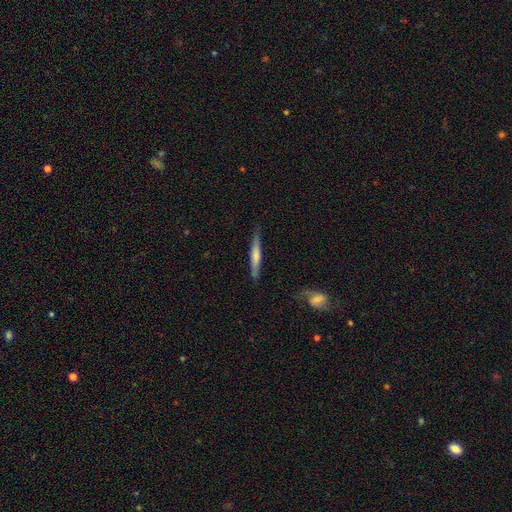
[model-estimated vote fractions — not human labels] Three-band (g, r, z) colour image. It shows a smooth galaxy with no disk features (55%) that is cigar-shaped (93%). Merging: none (82%).